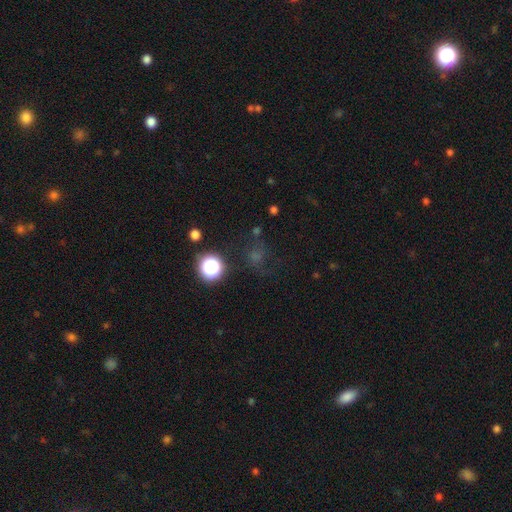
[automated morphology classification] A star or artifact, not a galaxy (50%).

Vote fractions:
- Smooth or featured? star or artifact: 50% / smooth: 36% / featured or disk: 13%